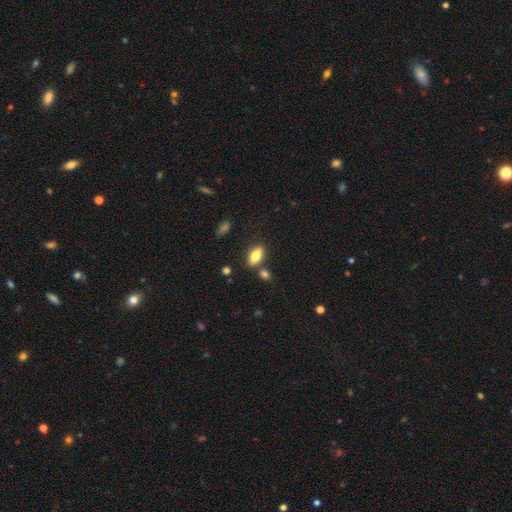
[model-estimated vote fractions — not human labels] Smooth or featured? Predicted: smooth (p=0.76). How rounded? Predicted: in between (p=0.84). Merging? Predicted: none (p=0.74).